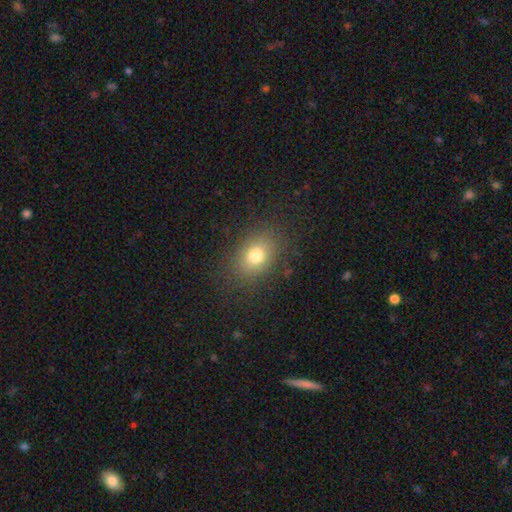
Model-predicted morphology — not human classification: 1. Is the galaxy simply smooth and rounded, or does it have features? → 76% smooth, 13% star or artifact, 11% featured or disk.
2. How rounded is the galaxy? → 64% in between, 35% round, 1% cigar-shaped.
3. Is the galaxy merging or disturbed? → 83% none, 10% minor disturbance, 5% major disturbance, 1% merger.